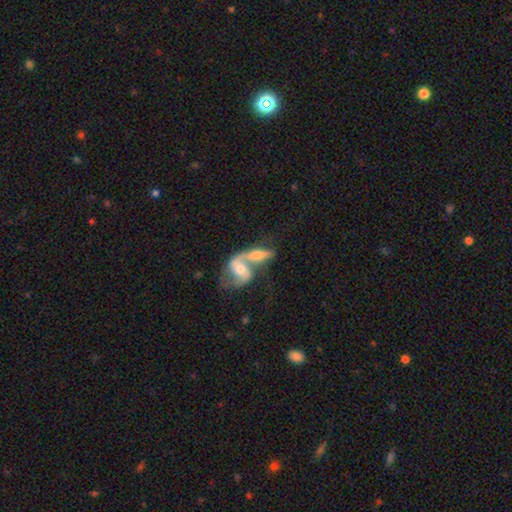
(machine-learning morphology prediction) The model was most divided on "bar": no: 41%, weak: 37%, strong: 21%. Remaining: edge-on disk — no (90%); spiral arms — yes (81%); spiral arm count — 2 (79%); smooth or featured — featured or disk (70%); merging — merger (69%); bulge size — moderate (56%); spiral winding — loose (49%).